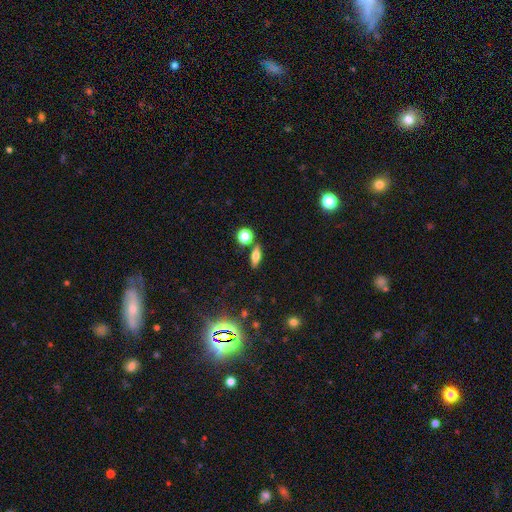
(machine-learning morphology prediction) Smooth or featured? smooth (57%)
How rounded? in between (59%)
Merging? none (81%)